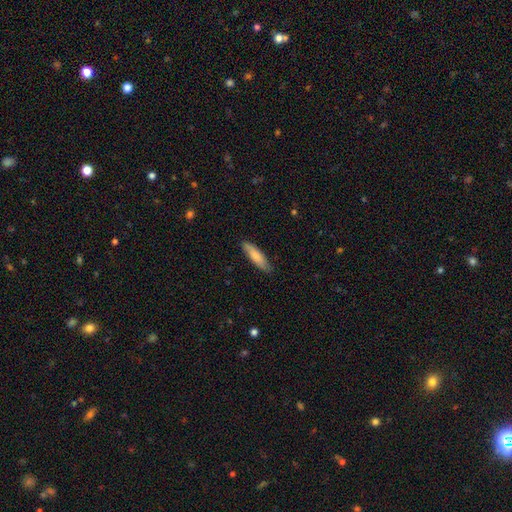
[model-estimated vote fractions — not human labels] smooth_or_featured: smooth (p=0.80) [alt: featured or disk p=0.15]
how_rounded: cigar-shaped (p=0.68) [alt: in between p=0.31]
merging: none (p=0.83) [alt: minor disturbance p=0.14]